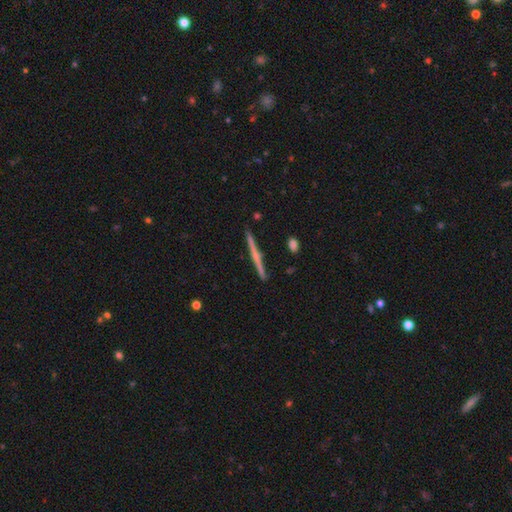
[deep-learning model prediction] The model was most divided on "edge-on bulge": none: 56%, rounded: 36%, boxy: 8%. More confident: edge-on disk — yes (98%); merging — none (91%); smooth or featured — featured or disk (65%).